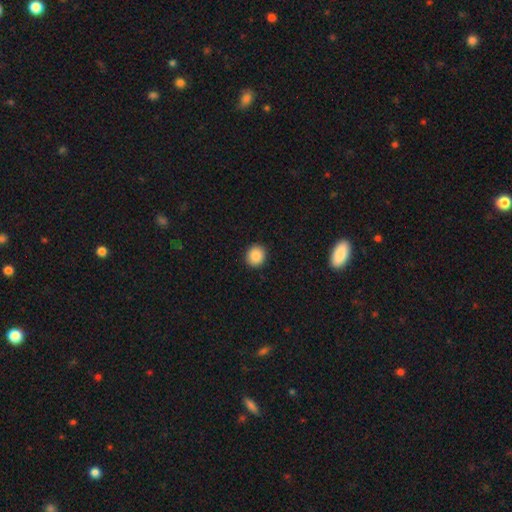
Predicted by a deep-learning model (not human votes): The model was most divided on "how rounded": round: 84%, in between: 15%, cigar-shaped: 1%. More confident: merging — none (92%); smooth or featured — smooth (87%).